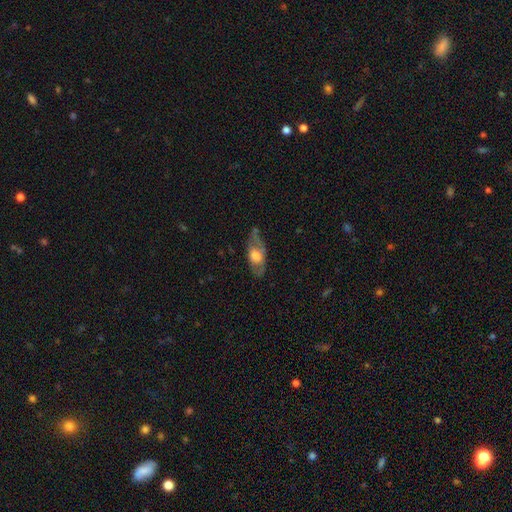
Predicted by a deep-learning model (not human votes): A featured or disk galaxy (48%). Merging: none (60%).